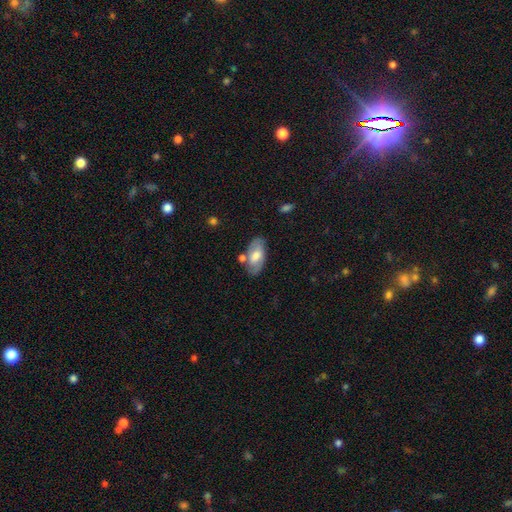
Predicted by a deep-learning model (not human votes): Morphology: type=smooth (57%); roundness=in between (92%); merging=none (69%).